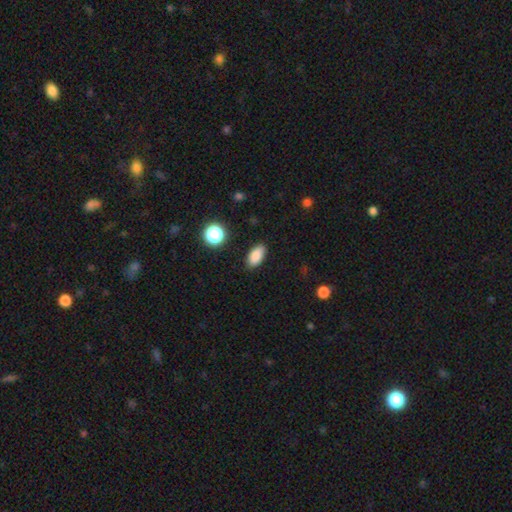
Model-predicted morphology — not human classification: type=smooth (85%); roundness=in between (90%); merging=none (87%).